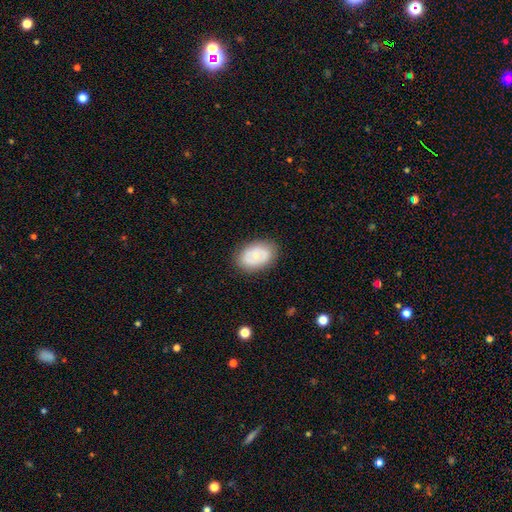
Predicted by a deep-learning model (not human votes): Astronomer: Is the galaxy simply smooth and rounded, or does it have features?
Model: smooth — 58% (runner-up: featured or disk, 35%).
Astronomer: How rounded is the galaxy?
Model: in between — 84%.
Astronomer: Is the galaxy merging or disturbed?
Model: none — 82%.